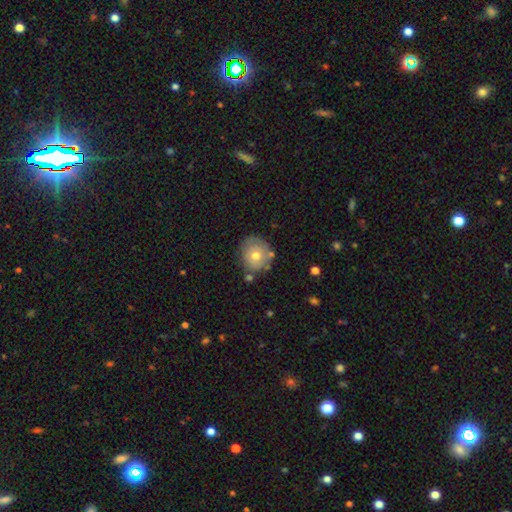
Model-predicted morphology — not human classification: The model was most divided on "smooth or featured": smooth: 64%, featured or disk: 28%, star or artifact: 8%. More confident: how rounded — round (79%); merging — none (68%).